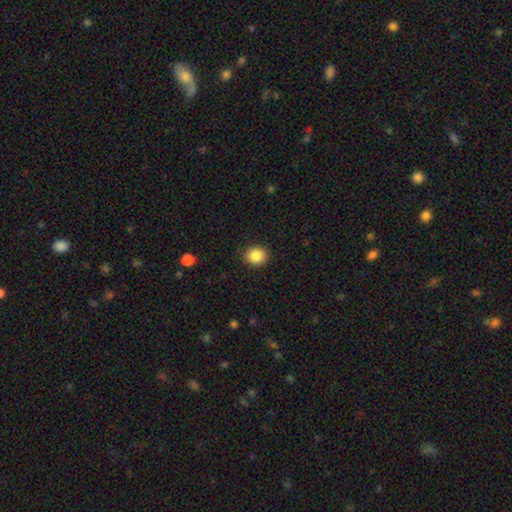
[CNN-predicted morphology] A smooth galaxy with no disk features (87%) that is round (74%).

Vote fractions:
- Smooth or featured? smooth: 87% / star or artifact: 9% / featured or disk: 4%
- How rounded? round: 74% / in between: 25% / cigar-shaped: 1%
- Merging? none: 90% / minor disturbance: 7% / major disturbance: 2% / merger: 1%